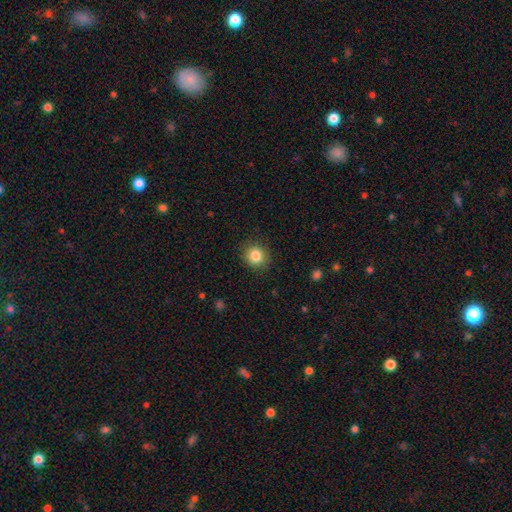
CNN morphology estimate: Smooth or featured?
  - smooth: 84% *
  - star or artifact: 10%
  - featured or disk: 6%
How rounded?
  - round: 84% *
  - in between: 15%
  - cigar-shaped: 1%
Merging?
  - none: 88% *
  - minor disturbance: 8%
  - major disturbance: 3%
  - merger: 1%